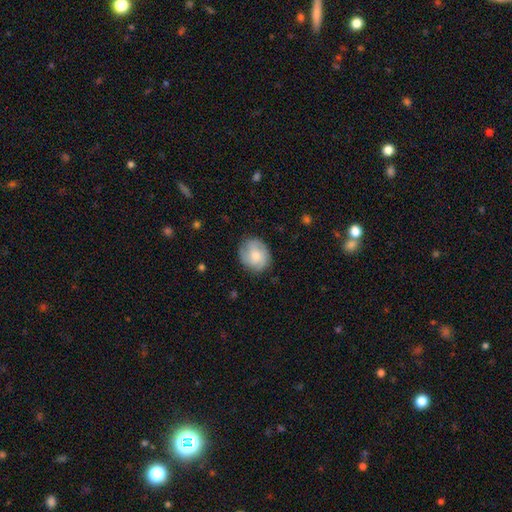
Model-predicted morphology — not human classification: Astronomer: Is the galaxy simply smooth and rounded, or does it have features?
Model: smooth — 52% (runner-up: featured or disk, 42%).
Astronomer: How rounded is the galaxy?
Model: round — 64%.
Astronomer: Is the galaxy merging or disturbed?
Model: none — 79%.